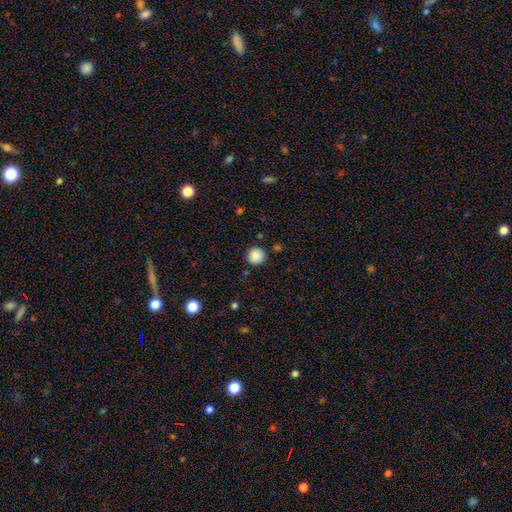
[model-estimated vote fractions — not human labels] Smooth or featured? smooth (88%)
How rounded? round (94%)
Merging? none (89%)